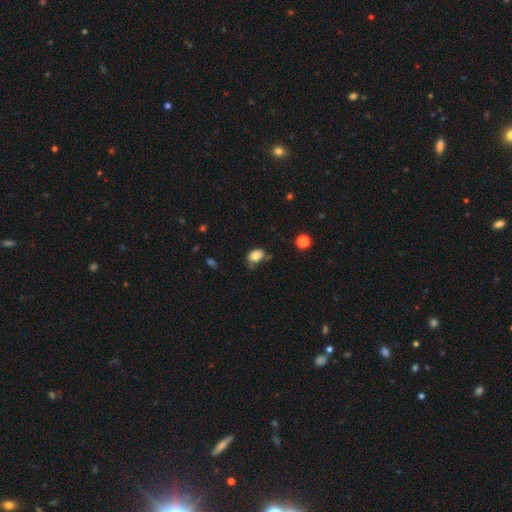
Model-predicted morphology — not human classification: This is likely a smooth galaxy (79%). How rounded: clearly in between (81%). Merging: possibly none (49%).